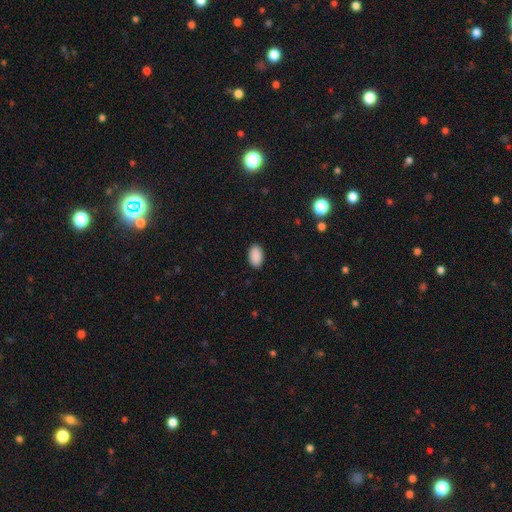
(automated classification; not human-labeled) Morphology: type=smooth (90%); roundness=in between (94%); merging=none (90%).